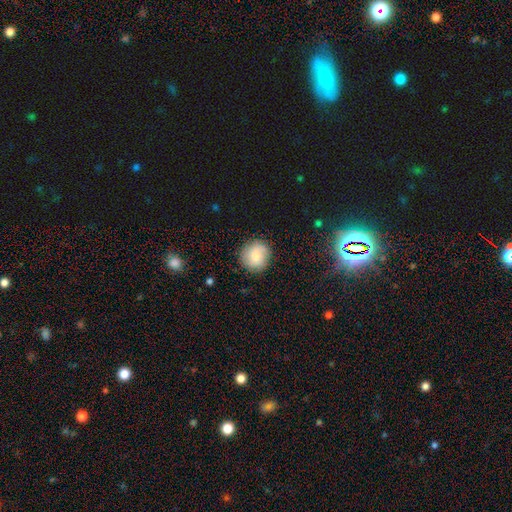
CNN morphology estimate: Smooth or featured: smooth — 59% (featured or disk — 33%)
How rounded: round — 90% (in between — 9%)
Merging: none — 85% (minor disturbance — 11%)